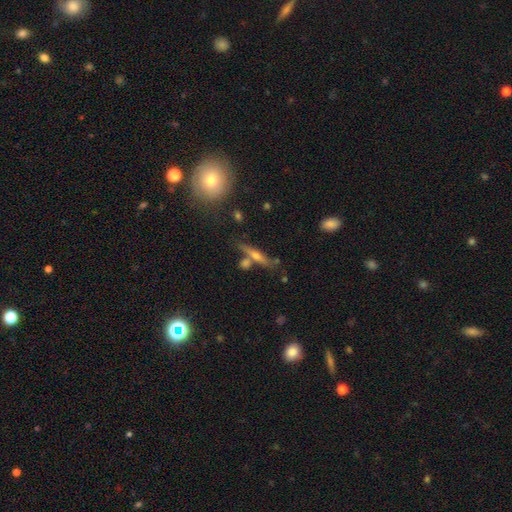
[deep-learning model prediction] Smooth or featured: featured or disk — 62% (smooth — 26%)
Edge-on disk: yes — 93% (no — 7%)
Edge-on bulge: rounded — 84% (none — 9%)
Merging: none — 70% (merger — 14%)